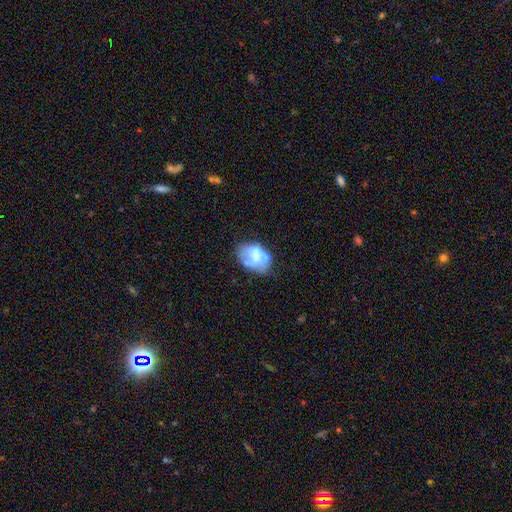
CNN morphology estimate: Smooth or featured? smooth (48%)
Merging? none (37%)